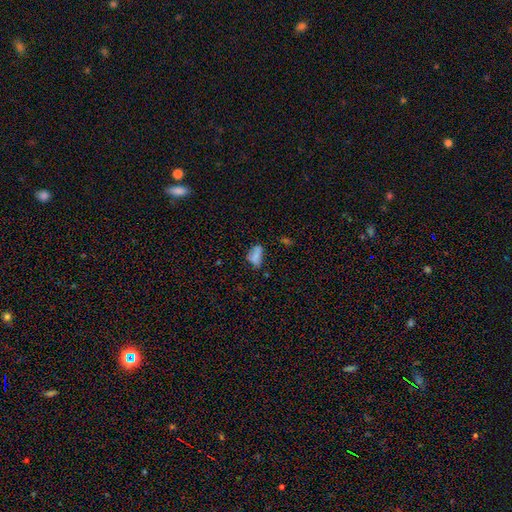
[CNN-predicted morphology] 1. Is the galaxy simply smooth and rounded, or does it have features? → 76% smooth, 12% star or artifact, 12% featured or disk.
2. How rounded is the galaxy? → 84% in between, 10% cigar-shaped, 5% round.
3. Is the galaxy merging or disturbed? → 47% none, 30% minor disturbance, 15% major disturbance, 7% merger.